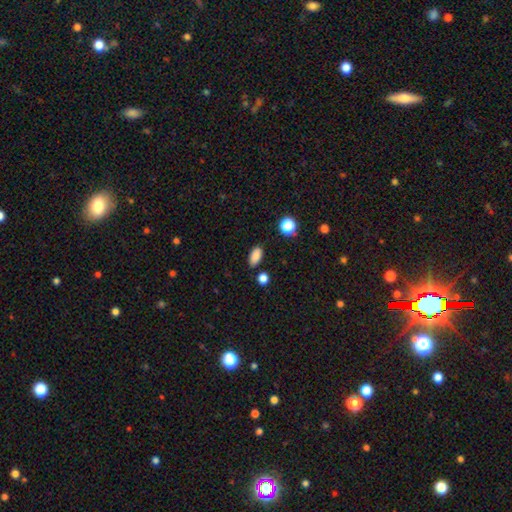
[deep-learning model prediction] Overall: smooth (87%). How rounded: in between (90%). Merging: none (83%).